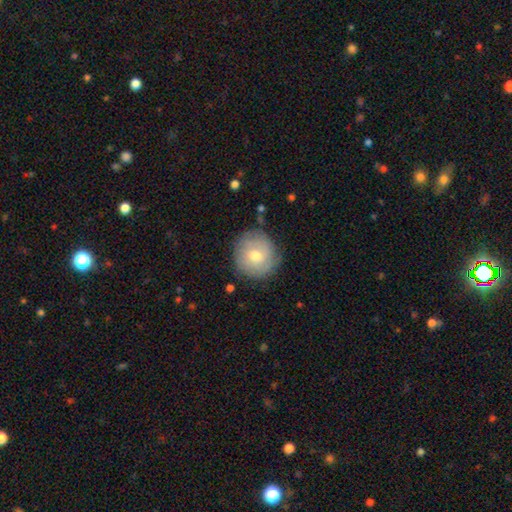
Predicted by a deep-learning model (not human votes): Smooth or featured?
  - smooth: 59% *
  - featured or disk: 33%
  - star or artifact: 8%
How rounded?
  - round: 93% *
  - in between: 6%
  - cigar-shaped: 1%
Merging?
  - none: 81% *
  - minor disturbance: 14%
  - major disturbance: 4%
  - merger: 1%